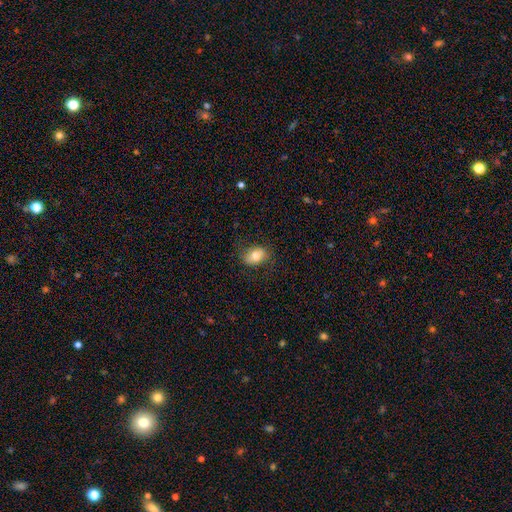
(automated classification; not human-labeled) This is likely a smooth galaxy (77%). How rounded: likely in between (73%). Merging: likely none (78%).